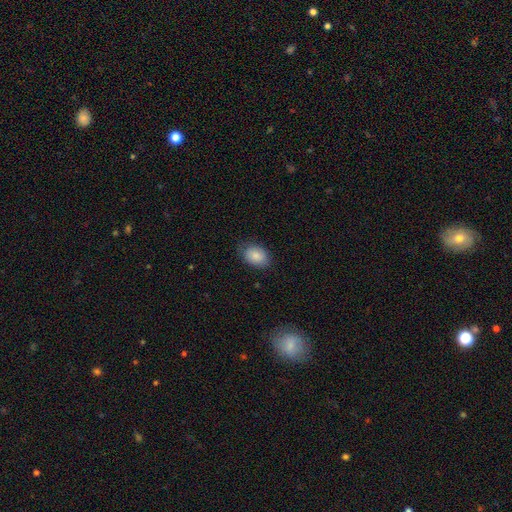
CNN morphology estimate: The model was most divided on "merging": none: 76%, minor disturbance: 18%, major disturbance: 4%, merger: 1%. More confident: smooth or featured — smooth (86%); how rounded — in between (80%).